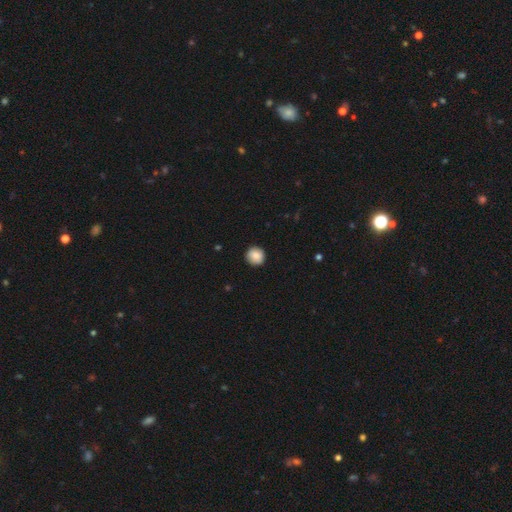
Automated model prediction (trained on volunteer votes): Smooth or featured? smooth (86%)
How rounded? round (93%)
Merging? none (90%)